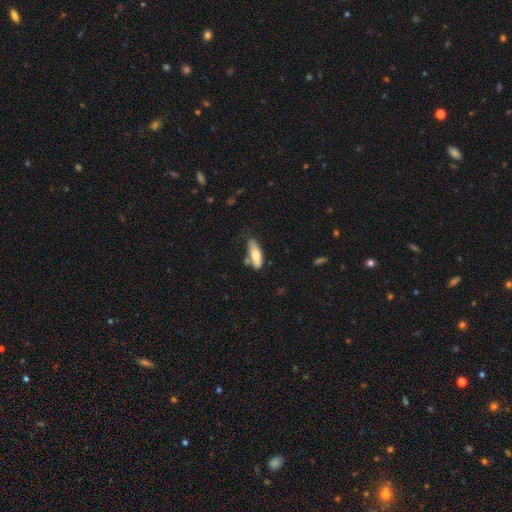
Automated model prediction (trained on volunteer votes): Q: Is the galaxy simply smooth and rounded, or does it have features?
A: smooth — 70%.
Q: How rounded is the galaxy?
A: in between — 68%.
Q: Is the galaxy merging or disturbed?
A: none — 57%.